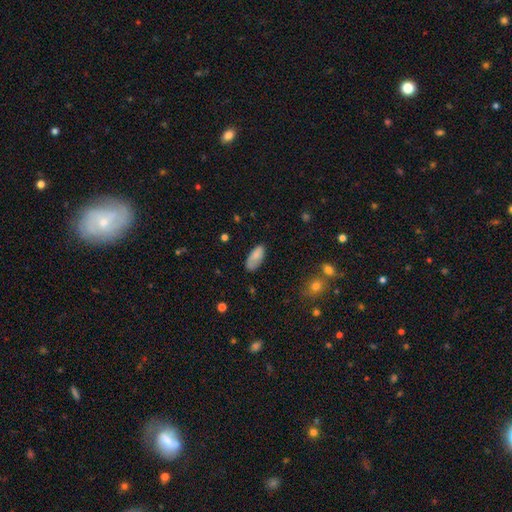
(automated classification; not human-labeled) smooth_or_featured: smooth (p=0.80) [alt: featured or disk p=0.13]
how_rounded: in between (p=0.88) [alt: cigar-shaped p=0.10]
merging: none (p=0.71) [alt: minor disturbance p=0.22]